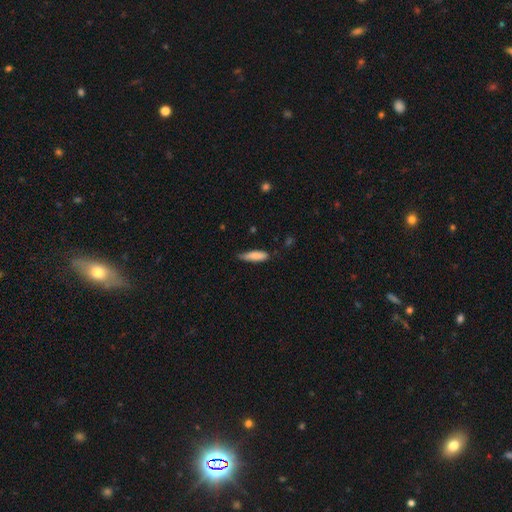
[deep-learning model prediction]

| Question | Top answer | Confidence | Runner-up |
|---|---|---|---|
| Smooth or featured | smooth | 83% | featured or disk (10%) |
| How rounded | cigar-shaped | 60% | in between (39%) |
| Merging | none | 64% | minor disturbance (30%) |